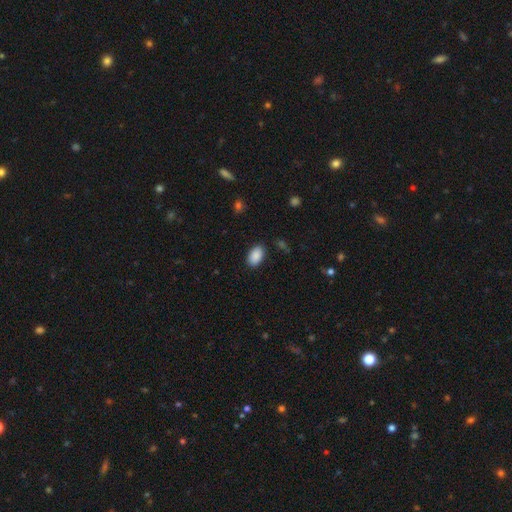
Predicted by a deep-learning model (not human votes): Smooth or featured? smooth (89%)
How rounded? in between (93%)
Merging? none (86%)